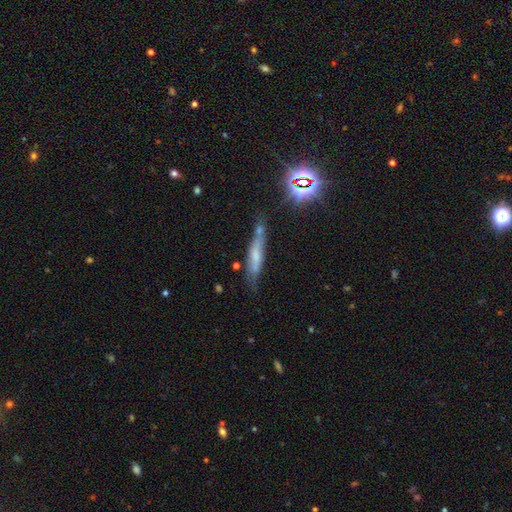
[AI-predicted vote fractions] Smooth or featured? smooth (45%)
Merging? none (56%)